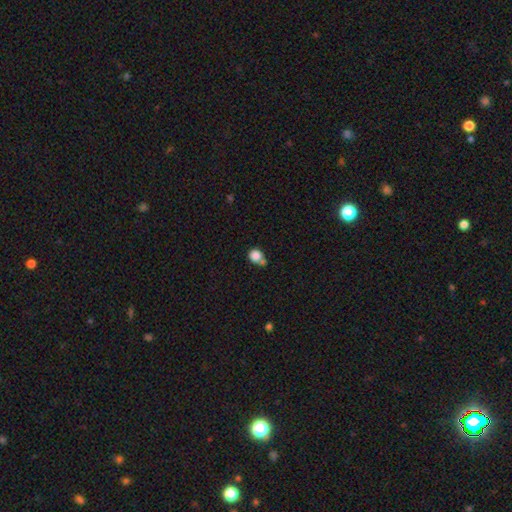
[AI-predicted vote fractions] A smooth galaxy with no disk features (84%) that is round (81%).

Vote fractions:
- Smooth or featured? smooth: 84% / star or artifact: 10% / featured or disk: 6%
- How rounded? round: 81% / in between: 18% / cigar-shaped: 1%
- Merging? none: 49% / merger: 30% / minor disturbance: 15% / major disturbance: 6%